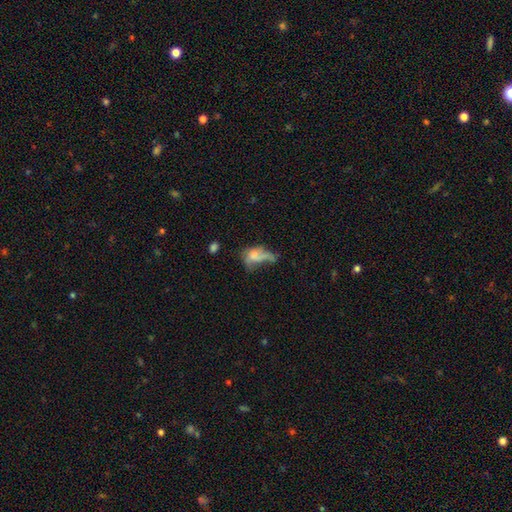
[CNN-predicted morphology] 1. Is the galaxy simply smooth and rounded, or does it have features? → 53% smooth, 33% featured or disk, 14% star or artifact.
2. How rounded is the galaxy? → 79% in between, 14% round, 8% cigar-shaped.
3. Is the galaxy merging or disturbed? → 44% major disturbance, 21% merger, 18% none, 17% minor disturbance.